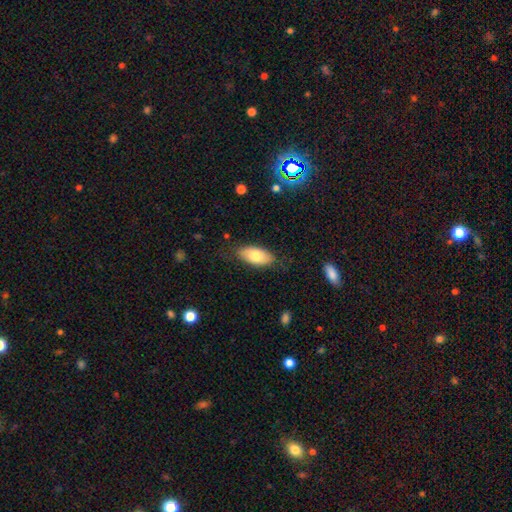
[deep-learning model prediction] A smooth galaxy with no disk features (76%) that is in between round and cigar-shaped (92%). Merging: none (80%).